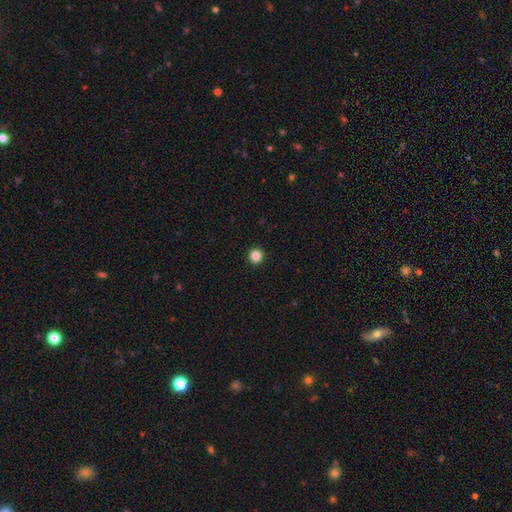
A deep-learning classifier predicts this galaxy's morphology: smooth 85%, star or artifact 11%, featured or disk 3%. Down the decision tree: how rounded — round (96%); merging — none (94%).